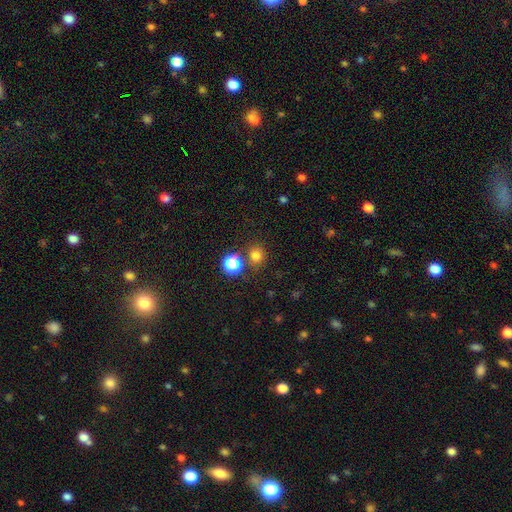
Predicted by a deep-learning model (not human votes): Smooth or featured: smooth — 74% (star or artifact — 20%)
How rounded: round — 87% (in between — 12%)
Merging: none — 78% (merger — 11%)